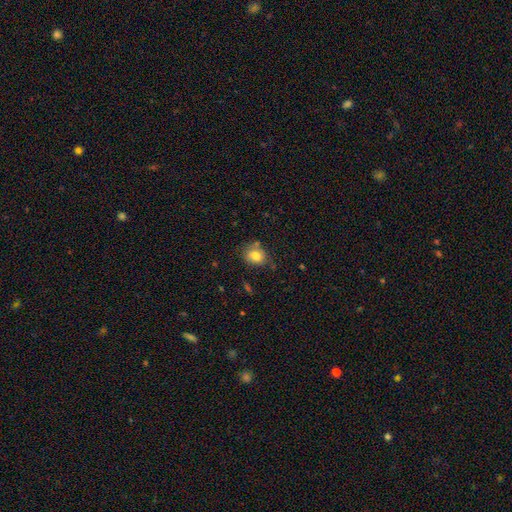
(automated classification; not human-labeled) The model was most divided on "how rounded": round: 52%, in between: 47%, cigar-shaped: 1%. More confident: smooth or featured — smooth (79%); merging — none (66%).